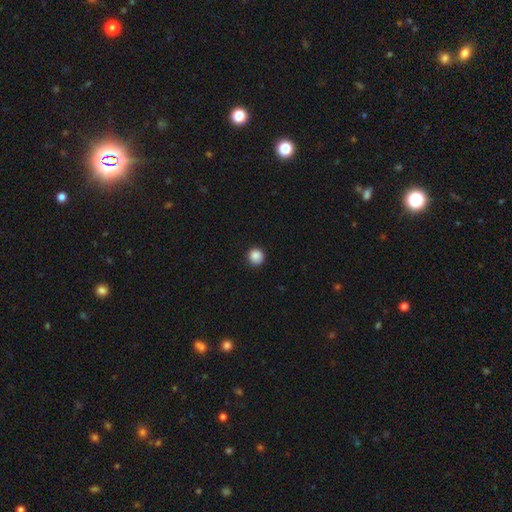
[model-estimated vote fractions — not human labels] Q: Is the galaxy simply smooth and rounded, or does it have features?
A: smooth — 87%.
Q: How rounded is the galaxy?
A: round — 94%.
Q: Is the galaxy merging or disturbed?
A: none — 88%.